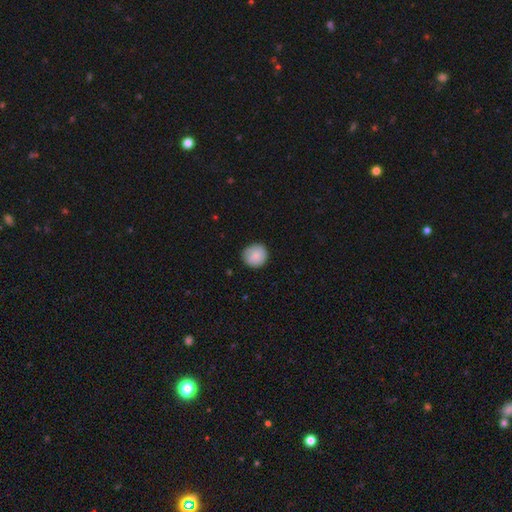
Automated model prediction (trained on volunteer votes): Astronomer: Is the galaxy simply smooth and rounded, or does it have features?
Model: smooth — 83%.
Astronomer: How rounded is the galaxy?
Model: round — 94%.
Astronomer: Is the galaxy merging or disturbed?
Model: none — 87%.